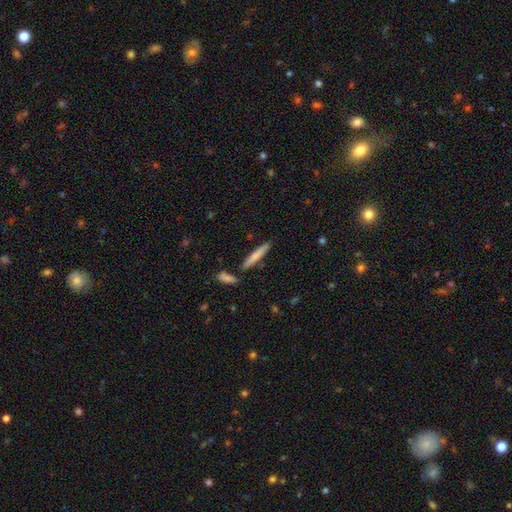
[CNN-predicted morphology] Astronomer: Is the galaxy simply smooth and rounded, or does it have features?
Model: smooth — 74%.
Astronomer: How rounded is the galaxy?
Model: cigar-shaped — 92%.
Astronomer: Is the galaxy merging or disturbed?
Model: none — 83%.